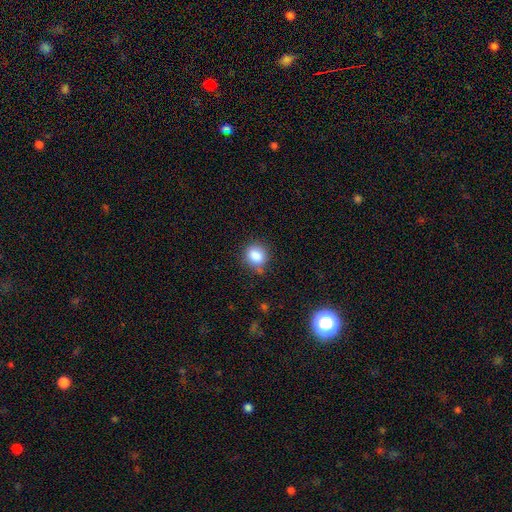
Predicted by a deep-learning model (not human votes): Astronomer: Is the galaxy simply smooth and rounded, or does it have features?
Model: smooth — 86%.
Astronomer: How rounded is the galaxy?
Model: round — 73%.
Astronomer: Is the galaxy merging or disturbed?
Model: none — 73%.